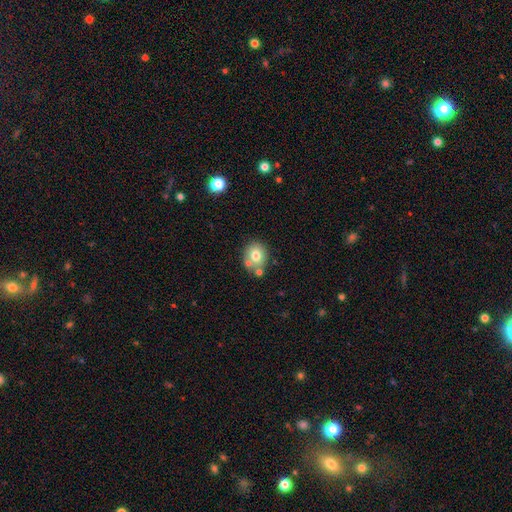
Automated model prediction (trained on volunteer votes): This appears to be a smooth galaxy with no disk features (73%) that is round (68%). Merging: none (66%).